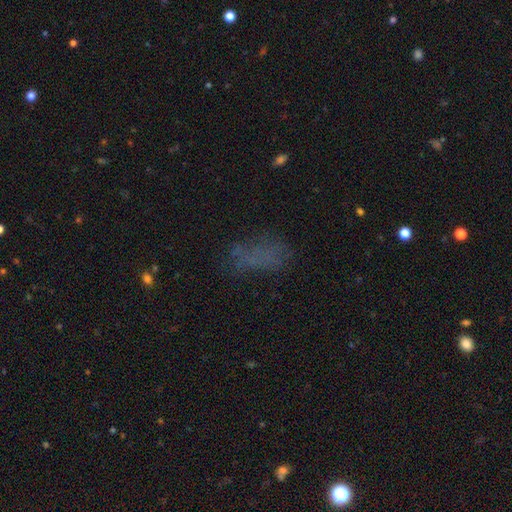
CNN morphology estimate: This is possibly a smooth galaxy (56%). How rounded: clearly in between (80%). Merging: likely none (64%).